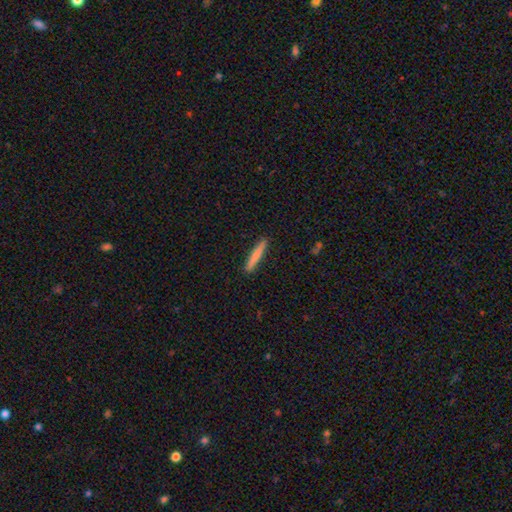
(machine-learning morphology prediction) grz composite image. It shows a smooth galaxy with no disk features (78%) that is cigar-shaped (95%). Merging: none (91%).